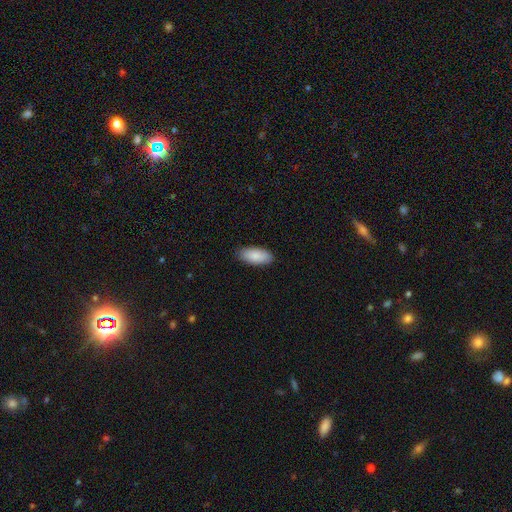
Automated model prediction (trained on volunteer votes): A smooth galaxy with no disk features (88%) that is in between round and cigar-shaped (91%). Merging: none (88%).